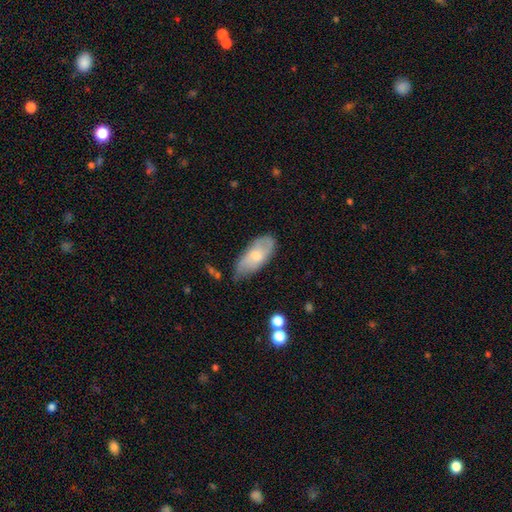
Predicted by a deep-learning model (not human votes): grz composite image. It shows a smooth galaxy with no disk features (60%) that is in between round and cigar-shaped (89%). Merging: none (59%).